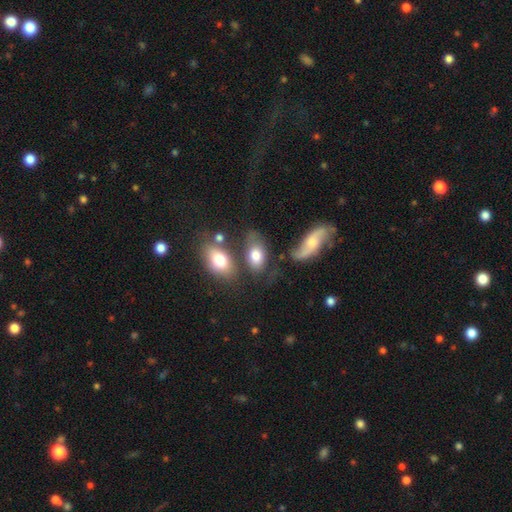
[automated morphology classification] This appears to be a smooth galaxy with no disk features (75%) that is in between round and cigar-shaped (90%). Merging: none (50%).